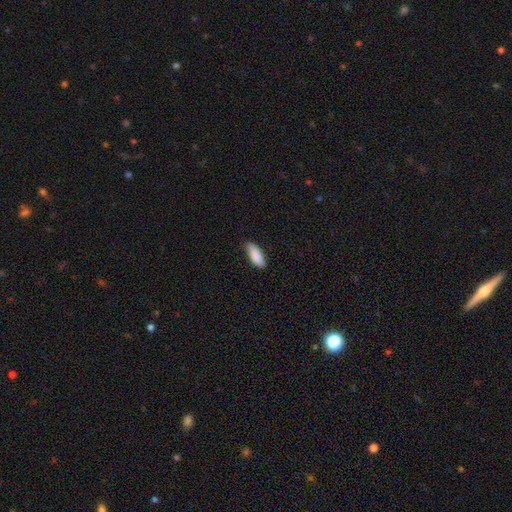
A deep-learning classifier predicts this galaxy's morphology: type=smooth (89%); roundness=in between (76%); merging=none (82%).